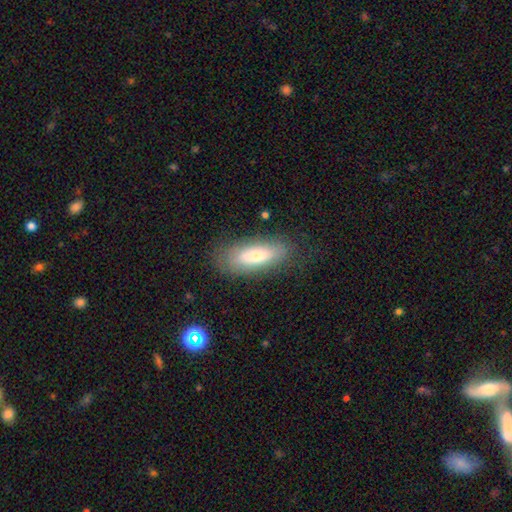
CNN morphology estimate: type=smooth (63%); roundness=in between (71%); merging=none (78%).